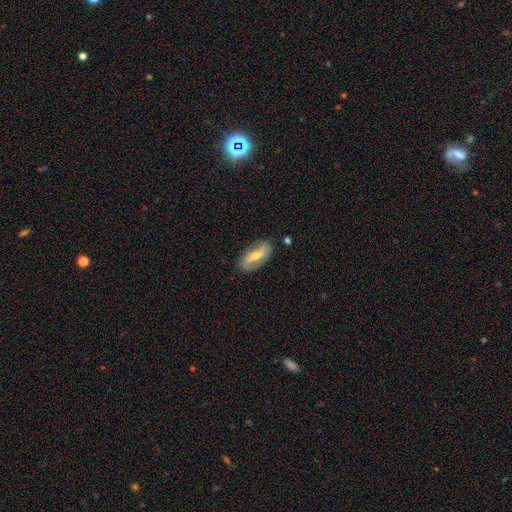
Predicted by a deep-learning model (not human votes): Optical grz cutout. It shows a featured or disk galaxy (66%) with a strong bar (46%), spiral arms (79%) and a moderate central bulge (50%). Merging: none (79%).